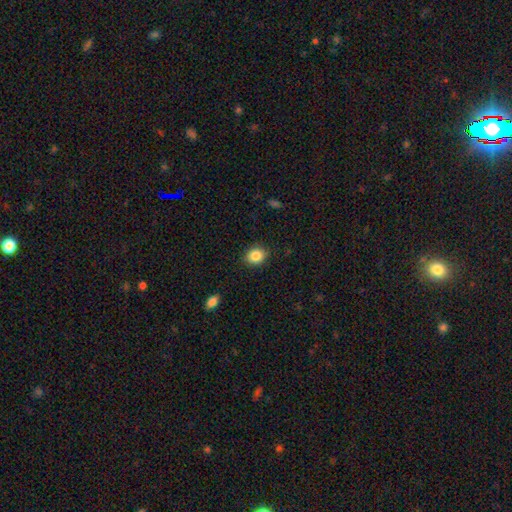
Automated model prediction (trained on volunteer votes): Q: Smooth or featured?
A: smooth (85%); runner-up: star or artifact (9%)
Q: How rounded?
A: round (55%); runner-up: in between (44%)
Q: Merging?
A: none (88%); runner-up: minor disturbance (9%)